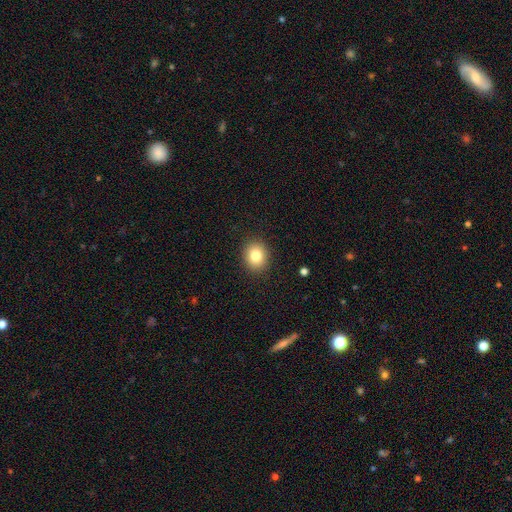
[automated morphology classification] Q: Smooth or featured?
A: smooth (82%); runner-up: star or artifact (10%)
Q: How rounded?
A: round (68%); runner-up: in between (32%)
Q: Merging?
A: none (90%); runner-up: minor disturbance (7%)